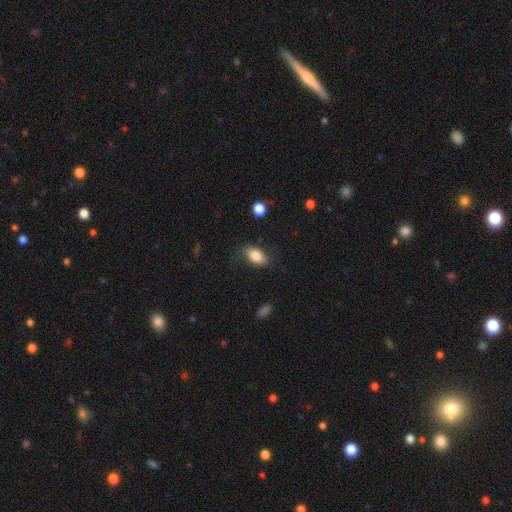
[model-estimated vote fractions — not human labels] Smooth or featured? smooth (82%)
How rounded? in between (88%)
Merging? none (73%)